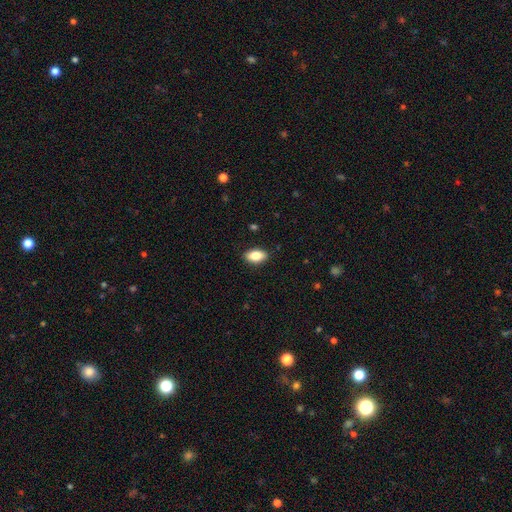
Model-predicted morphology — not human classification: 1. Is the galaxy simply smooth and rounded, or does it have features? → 83% smooth, 9% featured or disk, 7% star or artifact.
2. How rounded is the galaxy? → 91% in between, 5% round, 3% cigar-shaped.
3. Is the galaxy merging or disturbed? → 89% none, 8% minor disturbance, 2% major disturbance, 1% merger.